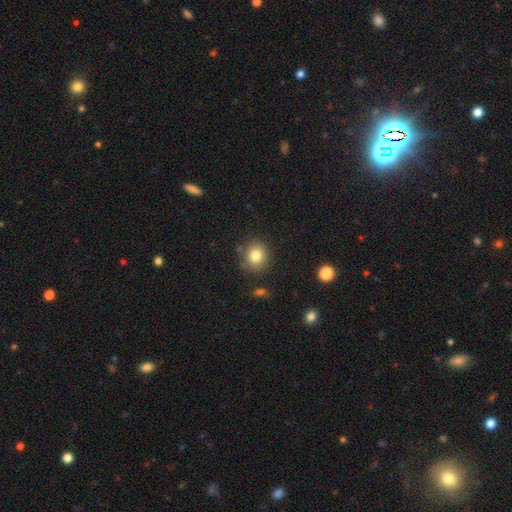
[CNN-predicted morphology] Q: Smooth or featured?
A: smooth (81%); runner-up: star or artifact (11%)
Q: How rounded?
A: round (81%); runner-up: in between (18%)
Q: Merging?
A: none (84%); runner-up: minor disturbance (10%)